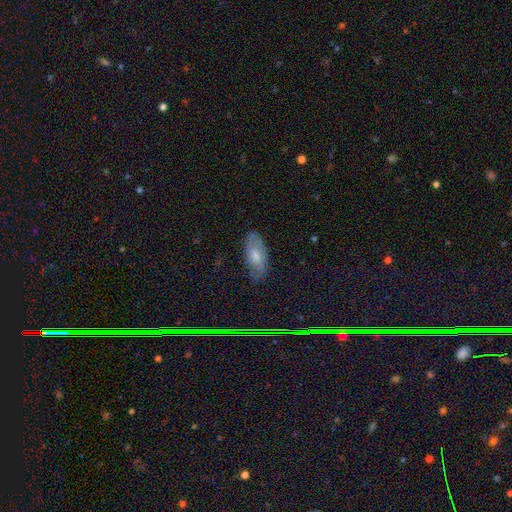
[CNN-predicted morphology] Overall: smooth (60%; featured or disk 31%). How rounded: in between (87%). Merging: none (68%).